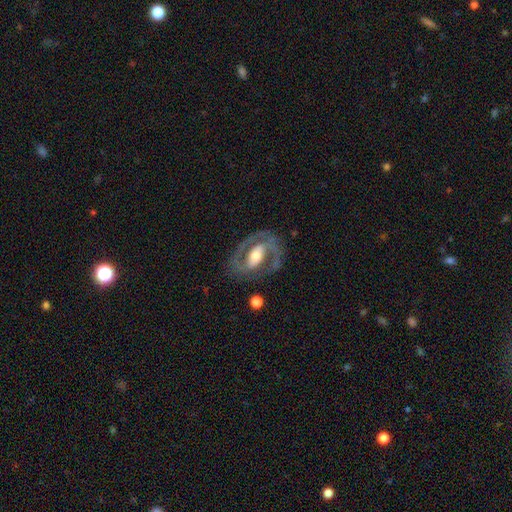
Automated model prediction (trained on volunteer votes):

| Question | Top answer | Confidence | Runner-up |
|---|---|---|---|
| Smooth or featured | featured or disk | 85% | smooth (11%) |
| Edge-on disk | no | 96% | yes (4%) |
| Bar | strong | 44% | weak (34%) |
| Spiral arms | yes | 88% | no (12%) |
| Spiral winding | medium | 53% | tight (33%) |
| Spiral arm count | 2 | 88% | 1 (5%) |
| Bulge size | moderate | 61% | large (19%) |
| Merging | none | 77% | minor disturbance (13%) |